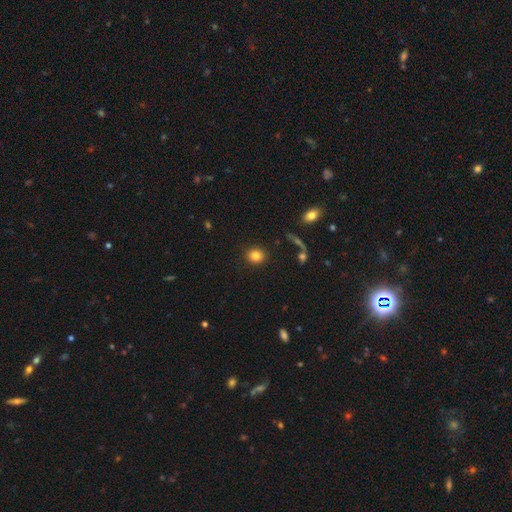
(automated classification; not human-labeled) This appears to be a smooth galaxy with no disk features (83%) that is round (77%). Merging: none (89%).